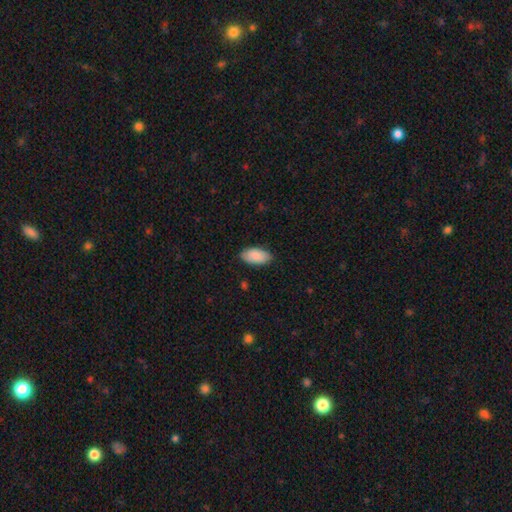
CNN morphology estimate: A smooth galaxy with no disk features (89%) that is in between round and cigar-shaped (95%). Merging: none (82%).